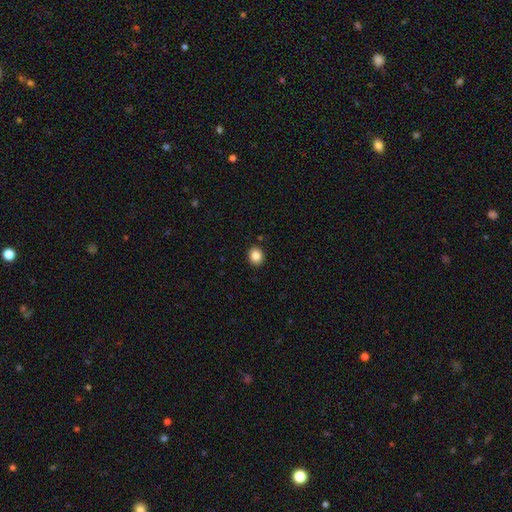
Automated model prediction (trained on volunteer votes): Smooth or featured? Predicted: smooth (p=0.85). How rounded? Predicted: round (p=0.79). Merging? Predicted: none (p=0.91).